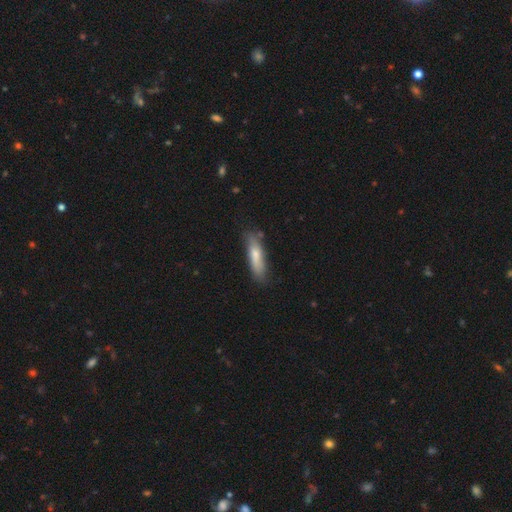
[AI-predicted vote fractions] smooth_or_featured: smooth (p=0.71) [alt: featured or disk p=0.23]
how_rounded: cigar-shaped (p=0.70) [alt: in between p=0.28]
merging: none (p=0.71) [alt: minor disturbance p=0.21]